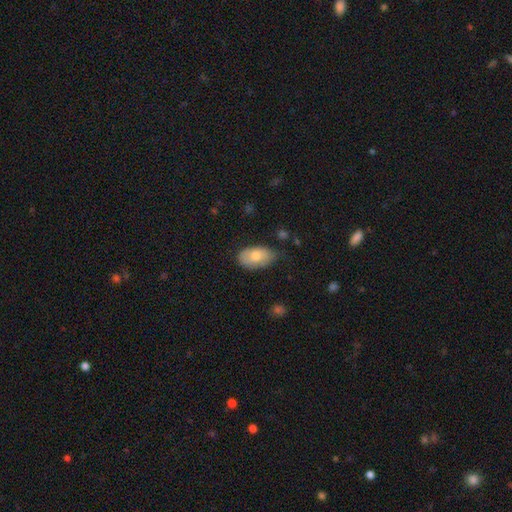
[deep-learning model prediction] Smooth or featured? smooth (73%)
How rounded? in between (92%)
Merging? none (64%)